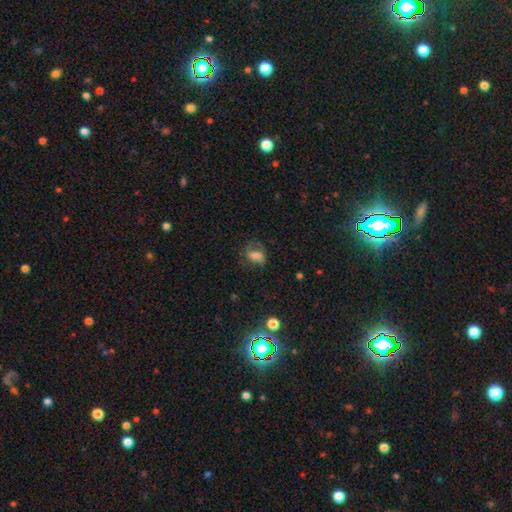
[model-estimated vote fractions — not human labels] This is possibly a smooth galaxy (52%). How rounded: likely in between (68%). Merging: possibly none (56%).